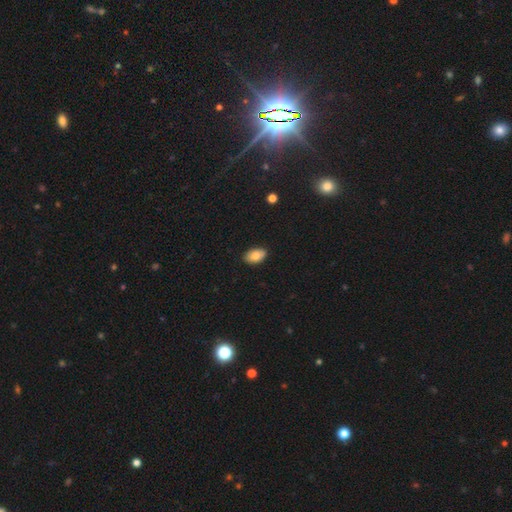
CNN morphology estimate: This is clearly a smooth galaxy (82%). How rounded: clearly in between (93%). Merging: clearly none (87%).